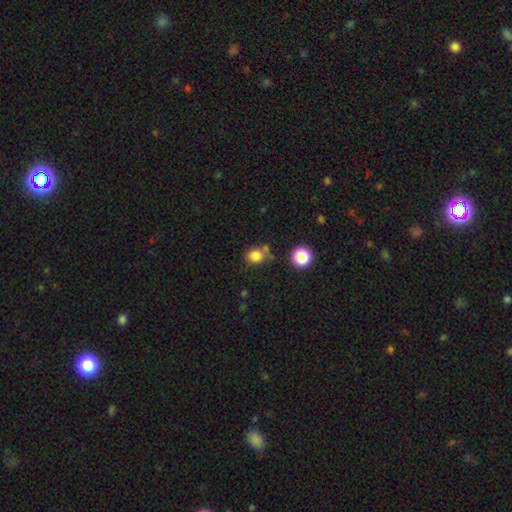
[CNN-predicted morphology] smooth_or_featured: smooth (p=0.81) [alt: star or artifact p=0.13]
how_rounded: round (p=0.70) [alt: in between p=0.29]
merging: none (p=0.62) [alt: minor disturbance p=0.18]